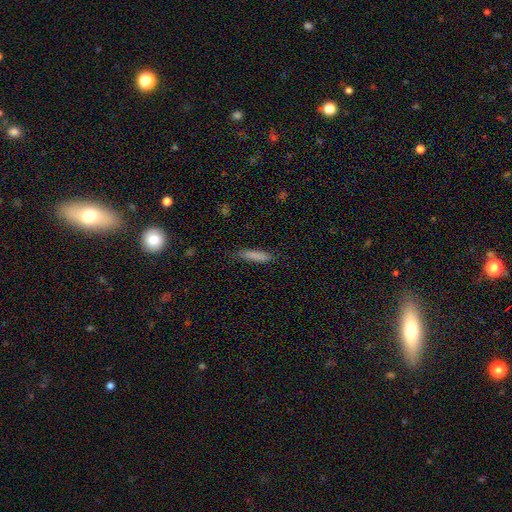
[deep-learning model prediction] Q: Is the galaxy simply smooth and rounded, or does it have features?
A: smooth — 83%.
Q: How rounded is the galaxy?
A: cigar-shaped — 84%.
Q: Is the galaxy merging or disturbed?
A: none — 77%.